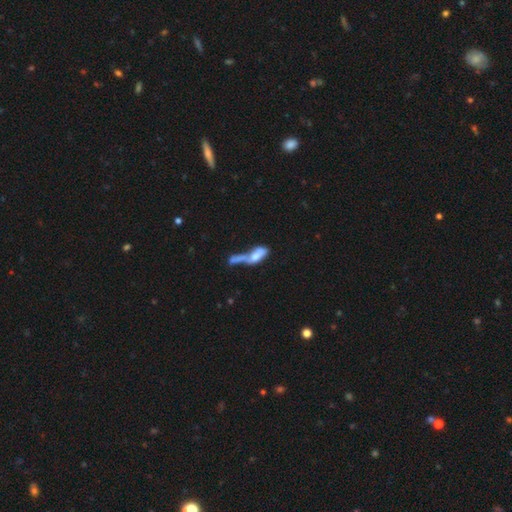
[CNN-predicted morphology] This is possibly a smooth galaxy (53%). How rounded: likely in between (64%). Merging: possibly merger (59%).